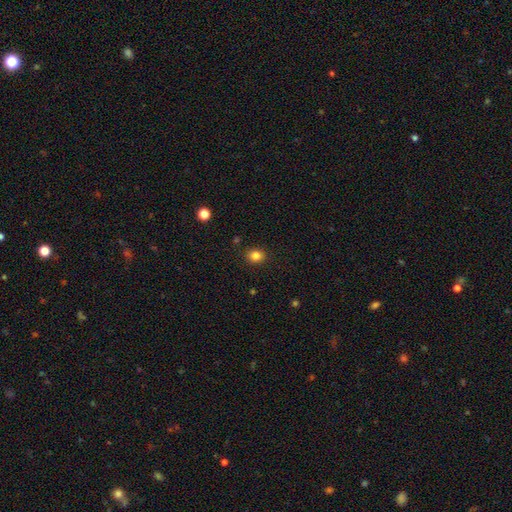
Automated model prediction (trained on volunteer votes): Smooth or featured? Predicted: smooth (p=0.83). How rounded? Predicted: round (p=0.65). Merging? Predicted: none (p=0.89).